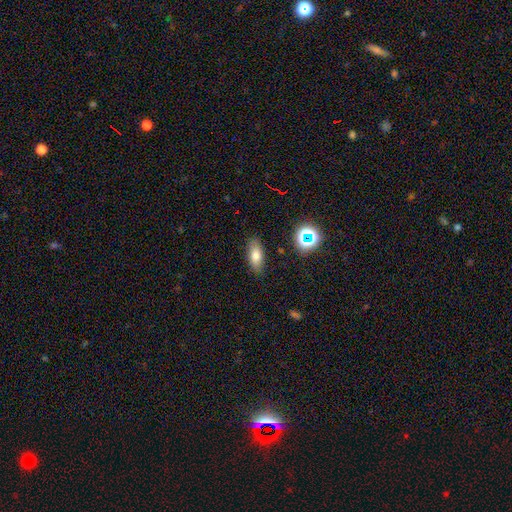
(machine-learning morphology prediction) Smooth or featured? Predicted: smooth (p=0.73). How rounded? Predicted: in between (p=0.80). Merging? Predicted: none (p=0.84).